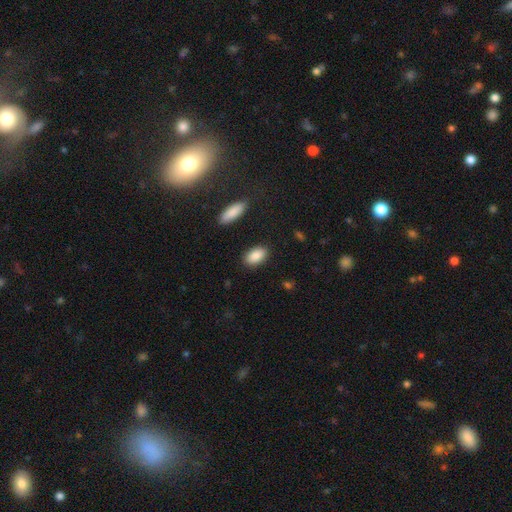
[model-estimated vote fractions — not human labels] Q: Smooth or featured?
A: smooth (89%); runner-up: star or artifact (6%)
Q: How rounded?
A: in between (92%); runner-up: round (5%)
Q: Merging?
A: none (87%); runner-up: minor disturbance (8%)